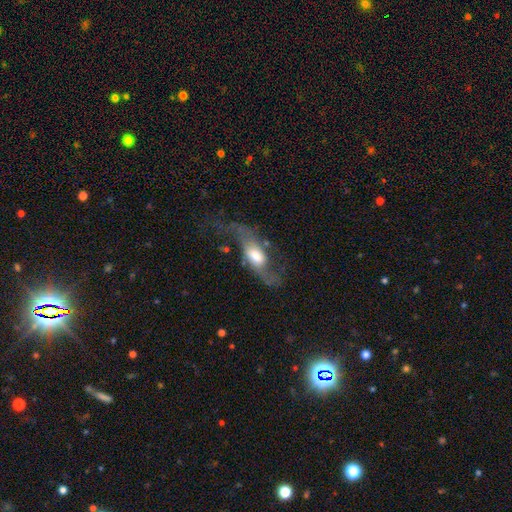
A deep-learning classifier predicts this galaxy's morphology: Overall: featured or disk (62%; smooth 31%). Edge-on disk: no (84%). Bar: no (47%; weak 36%). Spiral arms: yes (78%). Bulge size: moderate (48%; large 32%). Merging: major disturbance (41%; none 35%).